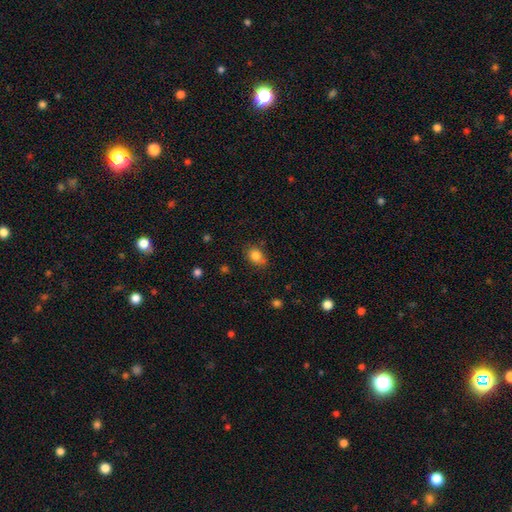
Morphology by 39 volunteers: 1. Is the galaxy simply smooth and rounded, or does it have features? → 85% smooth, 10% star or artifact, 5% featured or disk.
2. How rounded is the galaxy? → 55% in between, 45% round, 0% cigar-shaped.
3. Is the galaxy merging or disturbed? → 51% none, 34% minor disturbance, 9% major disturbance, 6% merger.